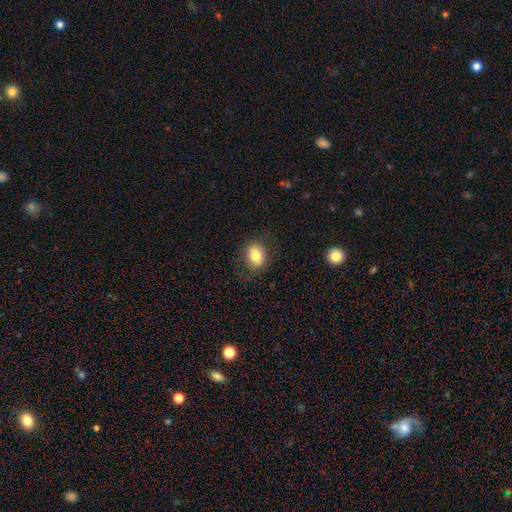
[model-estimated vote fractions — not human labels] A smooth galaxy with no disk features (80%) that is in between round and cigar-shaped (57%).

Vote fractions:
- Smooth or featured? smooth: 80% / featured or disk: 10% / star or artifact: 9%
- How rounded? in between: 57% / round: 42% / cigar-shaped: 1%
- Merging? none: 84% / minor disturbance: 11% / major disturbance: 4% / merger: 1%